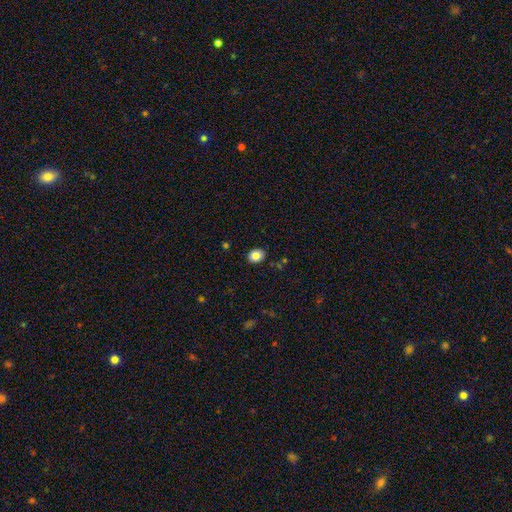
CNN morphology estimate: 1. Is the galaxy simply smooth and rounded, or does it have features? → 85% smooth, 9% star or artifact, 6% featured or disk.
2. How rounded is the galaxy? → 60% in between, 40% round, 1% cigar-shaped.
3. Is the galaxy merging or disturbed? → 88% none, 8% minor disturbance, 2% major disturbance, 1% merger.